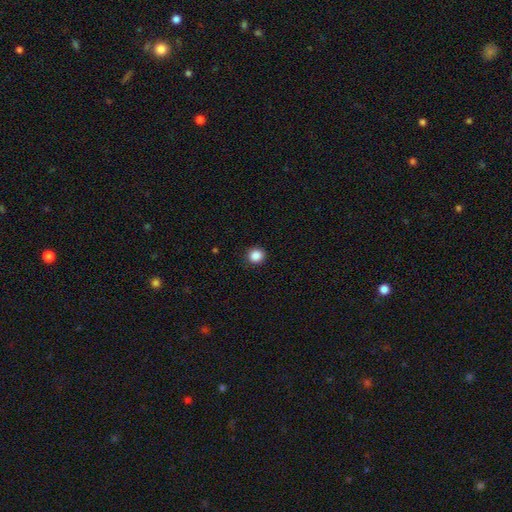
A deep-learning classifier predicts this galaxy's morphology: Smooth or featured: smooth — 87% (star or artifact — 10%)
How rounded: round — 90% (in between — 9%)
Merging: none — 91% (minor disturbance — 6%)